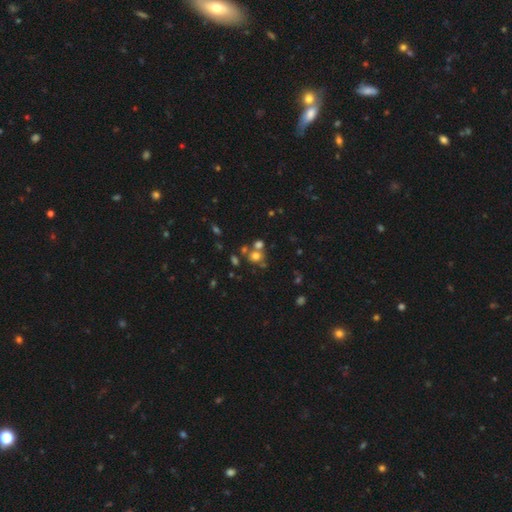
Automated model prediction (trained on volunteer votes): This is likely a smooth galaxy (63%). How rounded: clearly round (82%). Merging: possibly none (56%).